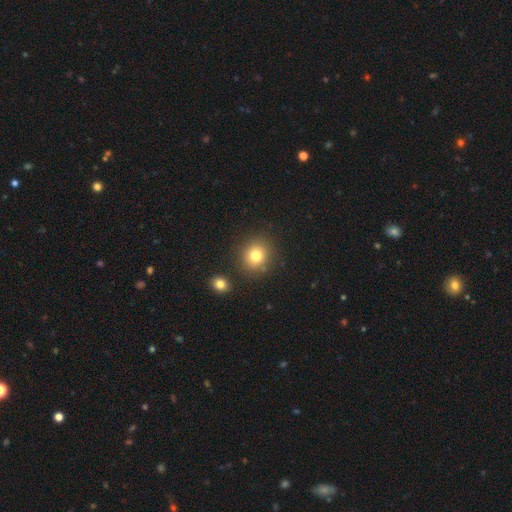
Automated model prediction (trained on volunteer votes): A smooth galaxy with no disk features (79%) that is round (82%).

Vote fractions:
- Smooth or featured? smooth: 79% / star or artifact: 12% / featured or disk: 9%
- How rounded? round: 82% / in between: 17% / cigar-shaped: 1%
- Merging? none: 83% / minor disturbance: 8% / merger: 5% / major disturbance: 3%